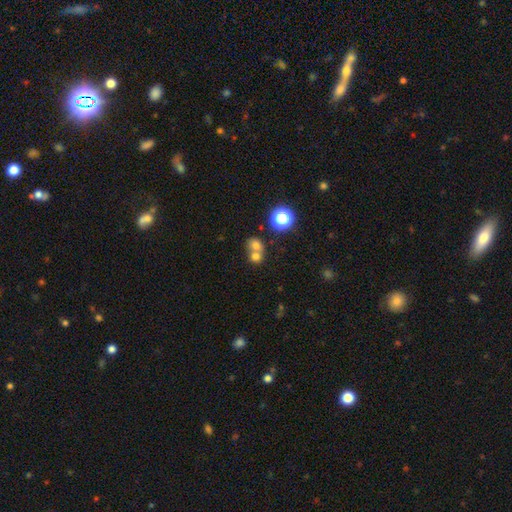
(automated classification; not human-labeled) Morphology: type=smooth (72%); roundness=round (70%); merging=merger (60%).